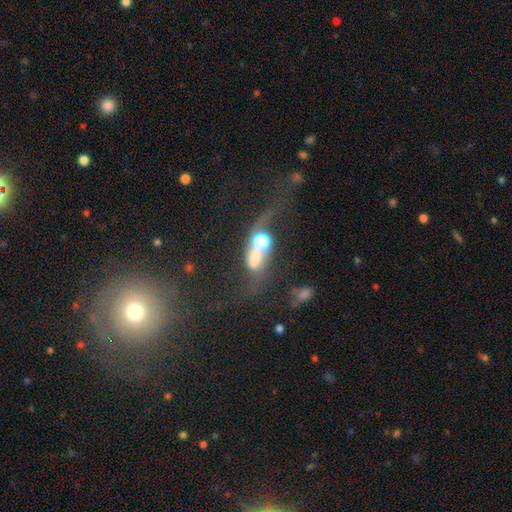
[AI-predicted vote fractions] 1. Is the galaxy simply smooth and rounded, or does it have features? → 49% smooth, 32% featured or disk, 19% star or artifact.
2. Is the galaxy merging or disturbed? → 50% merger, 21% major disturbance, 19% none, 10% minor disturbance.